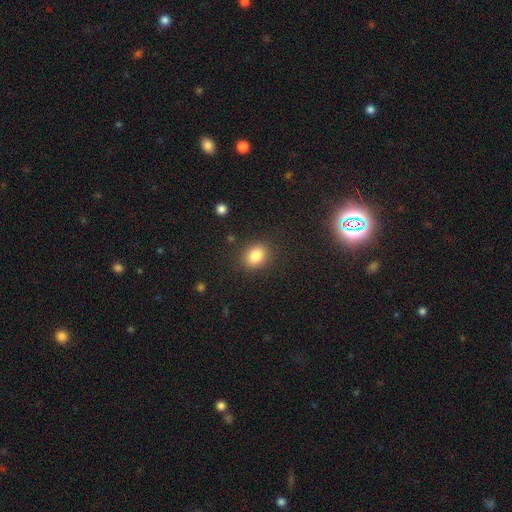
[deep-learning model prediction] This is clearly a smooth galaxy (83%). How rounded: possibly round (50%). Merging: clearly none (86%).